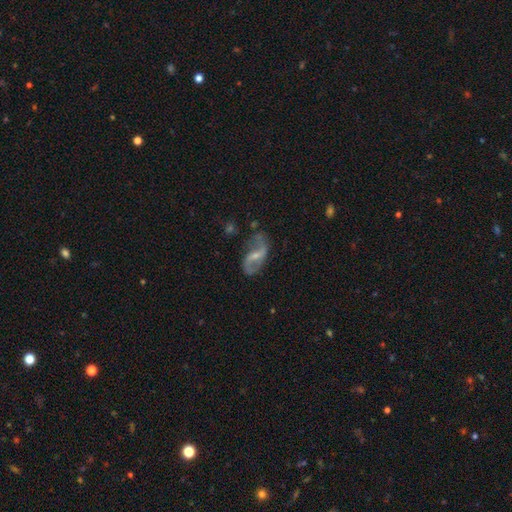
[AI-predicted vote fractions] smooth-or-featured: featured or disk: 80% | smooth: 14% | star or artifact: 6%
  disk-edge-on: no: 96% | yes: 4%
    bar: weak: 44% | strong: 34% | no: 22%
    has-spiral-arms: yes: 89% | no: 11%
      spiral-winding: loose: 62% | medium: 29% | tight: 9%
      spiral-arm-count: 2: 89% | can't tell: 5% | 1: 4% | 3: 1% | 4: 1% | more than 4: 1%
    bulge-size: small: 54% | moderate: 38% | none: 5% | large: 2% | dominant: 1%
  merging: none: 63% | minor disturbance: 22% | major disturbance: 12% | merger: 3%